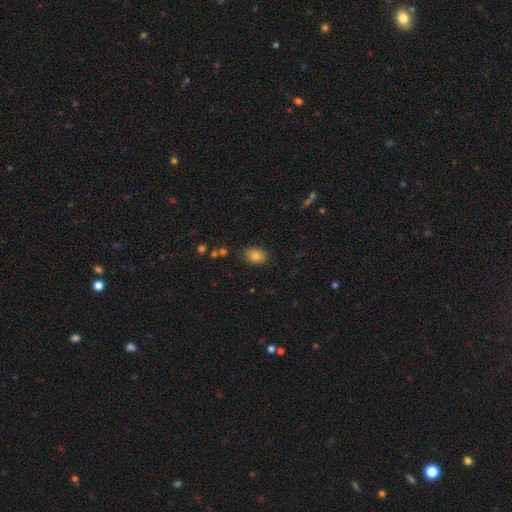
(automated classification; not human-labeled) Smooth or featured? Predicted: smooth (p=0.80). How rounded? Predicted: in between (p=0.67). Merging? Predicted: none (p=0.85).